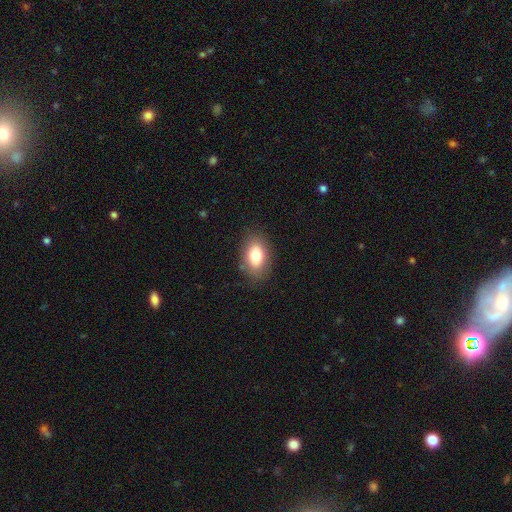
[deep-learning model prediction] A smooth galaxy with no disk features (79%) that is in between round and cigar-shaped (87%). Merging: none (84%).